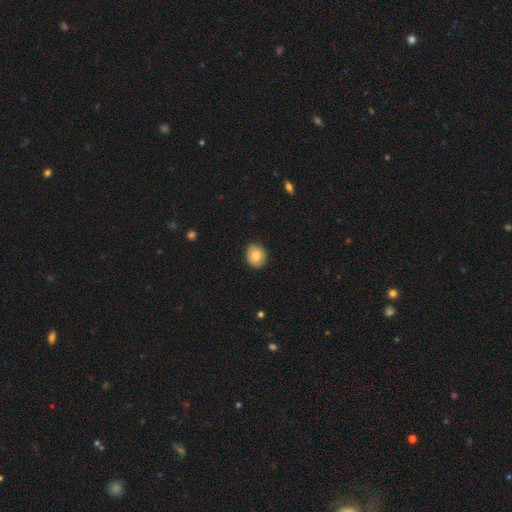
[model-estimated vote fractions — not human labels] A smooth galaxy with no disk features (76%) that is round (66%). Merging: none (89%).